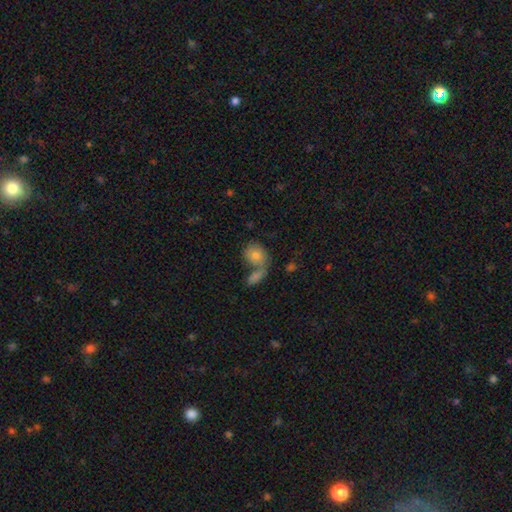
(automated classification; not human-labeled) This appears to be a smooth galaxy with no disk features (72%) that is round (52%). Merging: none (44%).